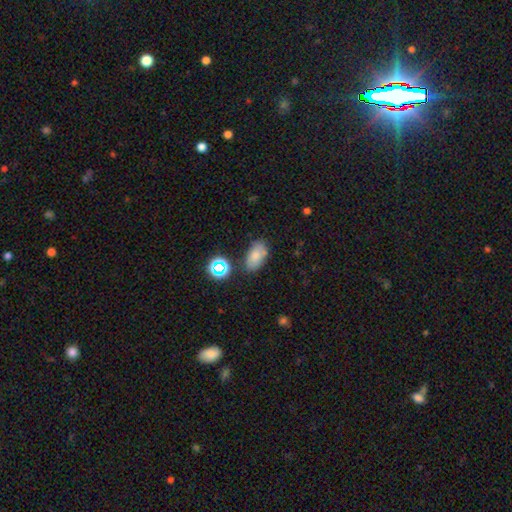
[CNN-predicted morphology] A smooth galaxy with no disk features (74%) that is in between round and cigar-shaped (90%). Merging: none (69%).